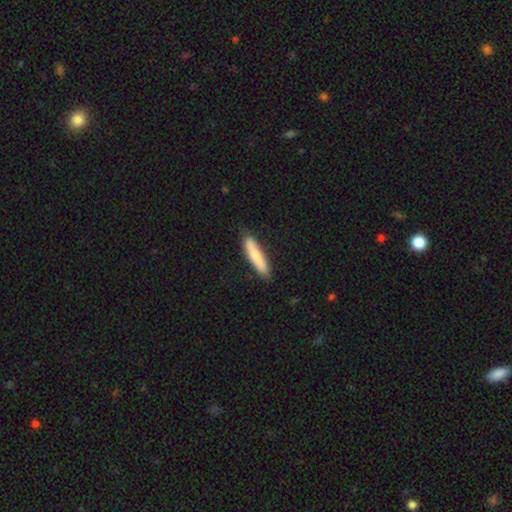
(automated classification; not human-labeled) smooth-or-featured: smooth: 77% | featured or disk: 18% | star or artifact: 5%
  how-rounded: cigar-shaped: 85% | in between: 14% | round: 1%
  merging: none: 83% | minor disturbance: 13% | major disturbance: 2% | merger: 1%